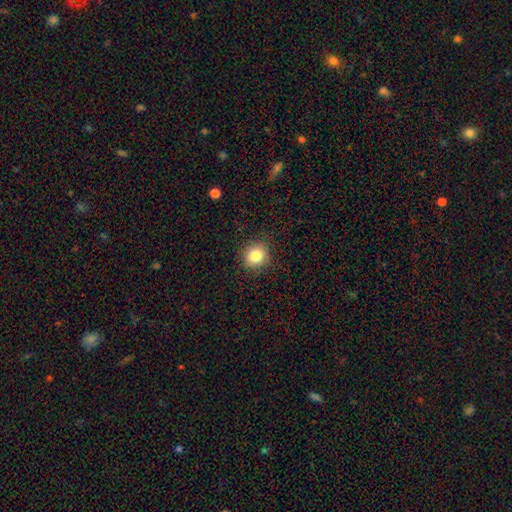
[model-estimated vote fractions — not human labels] Smooth or featured: smooth — 83% (star or artifact — 11%)
How rounded: round — 84% (in between — 15%)
Merging: none — 88% (minor disturbance — 8%)